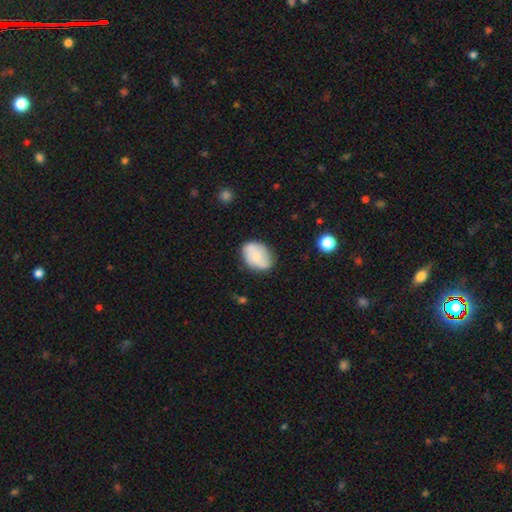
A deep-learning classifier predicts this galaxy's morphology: type=smooth (57%); roundness=in between (75%); merging=none (72%).